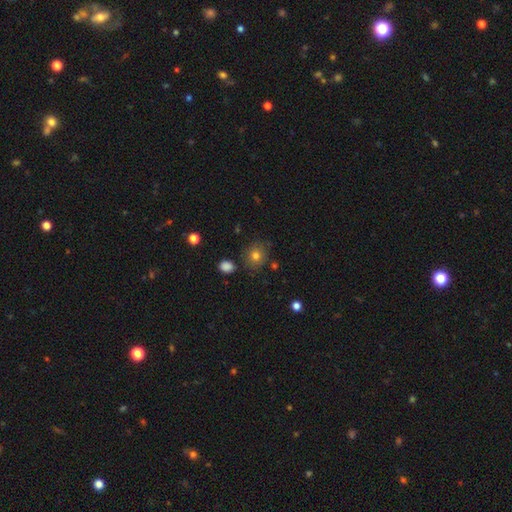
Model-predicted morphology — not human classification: Smooth or featured?
  - smooth: 77% *
  - star or artifact: 13%
  - featured or disk: 11%
How rounded?
  - round: 78% *
  - in between: 21%
  - cigar-shaped: 1%
Merging?
  - none: 79% *
  - minor disturbance: 14%
  - major disturbance: 4%
  - merger: 3%